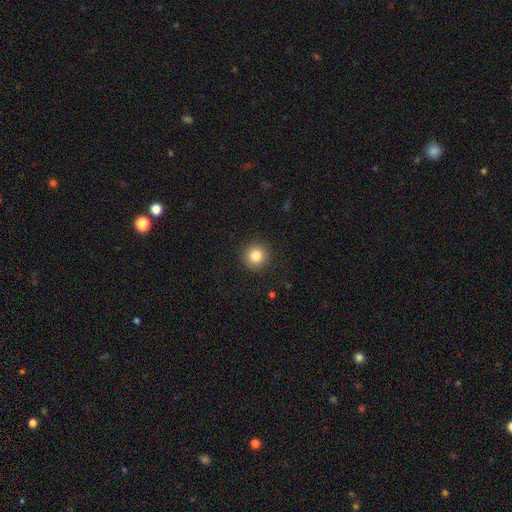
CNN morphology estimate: Smooth or featured: smooth — 84% (star or artifact — 10%)
How rounded: round — 94% (in between — 6%)
Merging: none — 92% (minor disturbance — 5%)